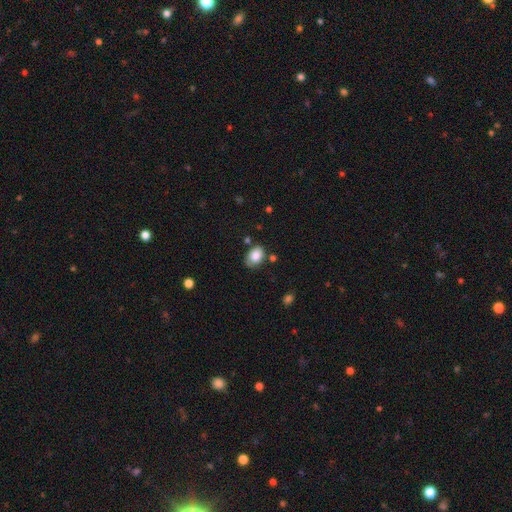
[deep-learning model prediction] This appears to be a smooth galaxy with no disk features (80%) that is in between round and cigar-shaped (76%). Merging: none (61%).